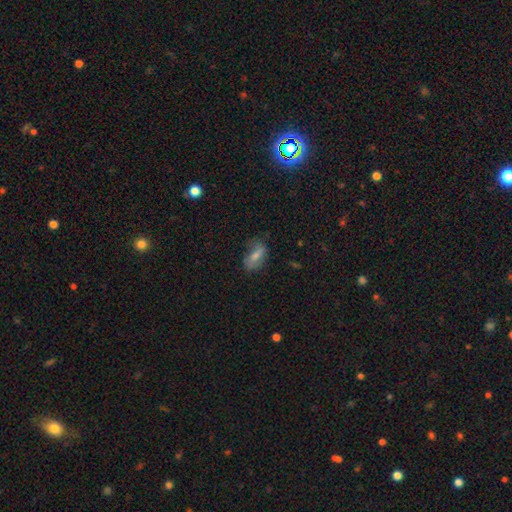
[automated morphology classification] This appears to be a smooth galaxy with no disk features (62%) that is in between round and cigar-shaped (84%). Merging: none (59%).